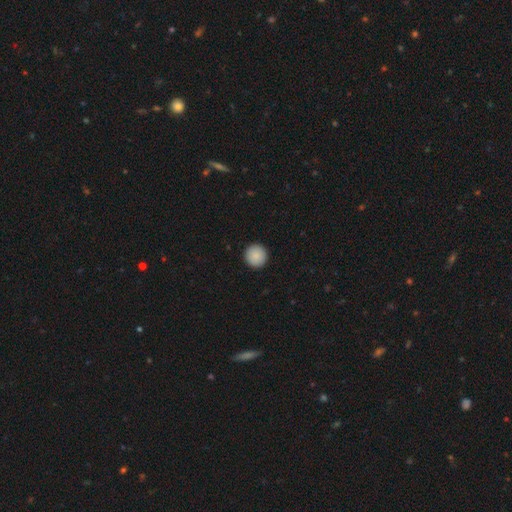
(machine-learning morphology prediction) type=smooth (89%); roundness=round (96%); merging=none (94%).